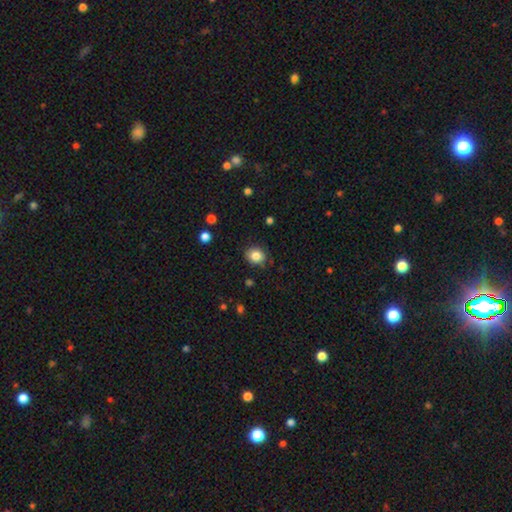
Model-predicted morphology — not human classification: A smooth galaxy with no disk features (83%) that is round (70%).

Vote fractions:
- Smooth or featured? smooth: 83% / star or artifact: 10% / featured or disk: 7%
- How rounded? round: 70% / in between: 30% / cigar-shaped: 1%
- Merging? none: 86% / minor disturbance: 10% / major disturbance: 2% / merger: 1%